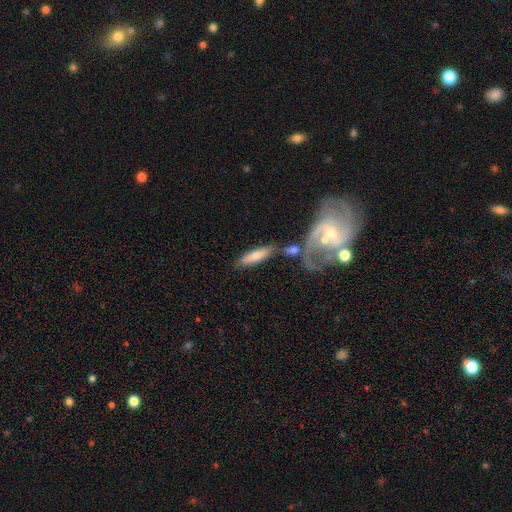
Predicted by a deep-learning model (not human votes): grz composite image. It shows a smooth galaxy with no disk features (63%) that is cigar-shaped (61%). Merging: none (59%).